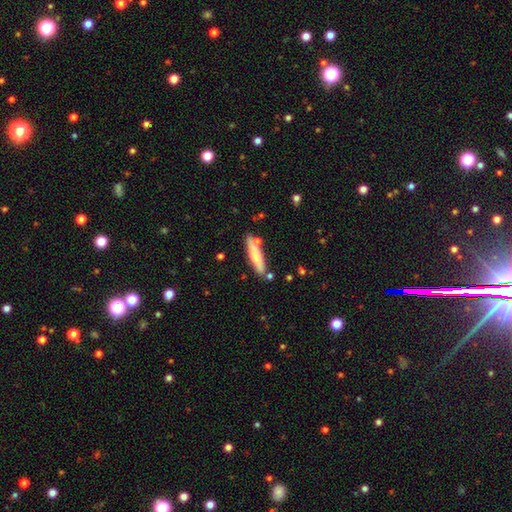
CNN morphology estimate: Q: Smooth or featured?
A: smooth (71%); runner-up: featured or disk (23%)
Q: How rounded?
A: cigar-shaped (78%); runner-up: in between (20%)
Q: Merging?
A: none (76%); runner-up: minor disturbance (14%)